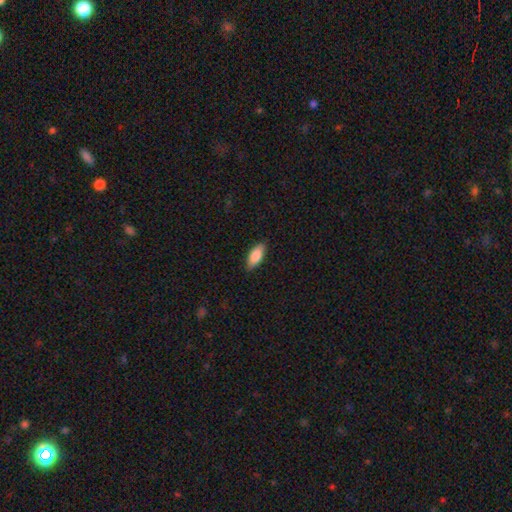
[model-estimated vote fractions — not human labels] smooth_or_featured: smooth (p=0.86) [alt: featured or disk p=0.08]
how_rounded: in between (p=0.83) [alt: cigar-shaped p=0.15]
merging: none (p=0.86) [alt: minor disturbance p=0.11]